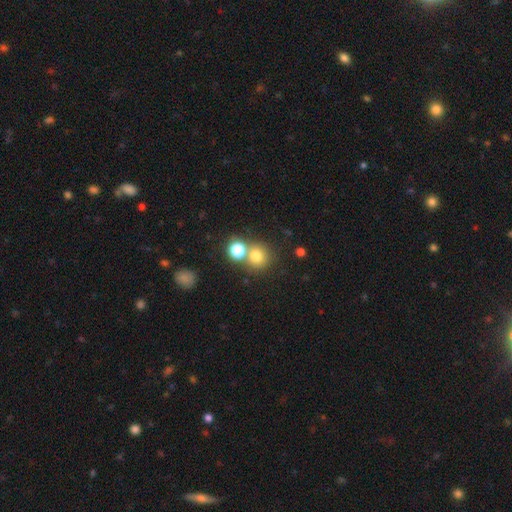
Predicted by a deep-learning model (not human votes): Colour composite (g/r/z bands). It shows a smooth galaxy with no disk features (75%) that is round (89%). Merging: none (58%).